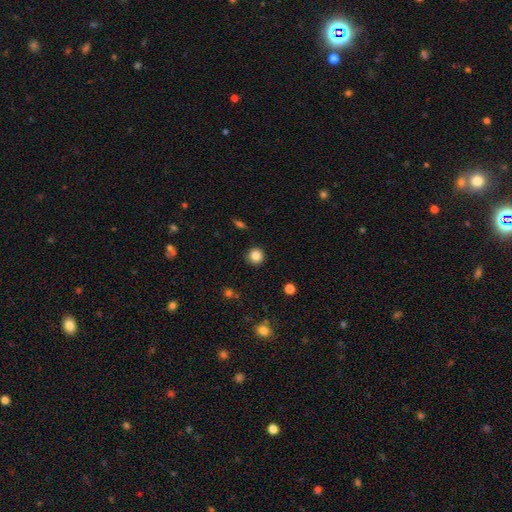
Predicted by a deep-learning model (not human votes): Smooth or featured?
  - smooth: 84% *
  - star or artifact: 11%
  - featured or disk: 5%
How rounded?
  - round: 94% *
  - in between: 5%
  - cigar-shaped: 1%
Merging?
  - none: 92% *
  - minor disturbance: 5%
  - major disturbance: 2%
  - merger: 1%